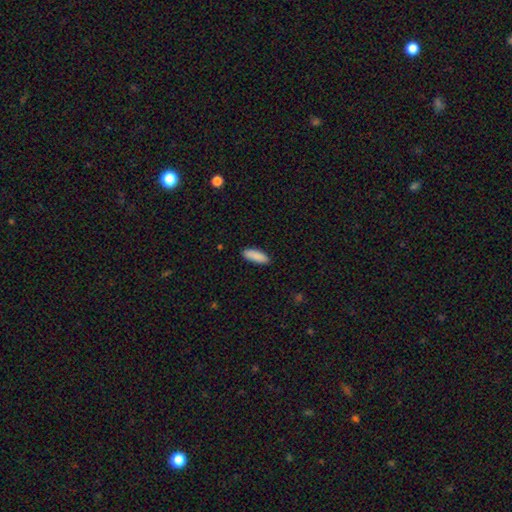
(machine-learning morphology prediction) A smooth galaxy with no disk features (90%) that is in between round and cigar-shaped (60%). Merging: none (88%).